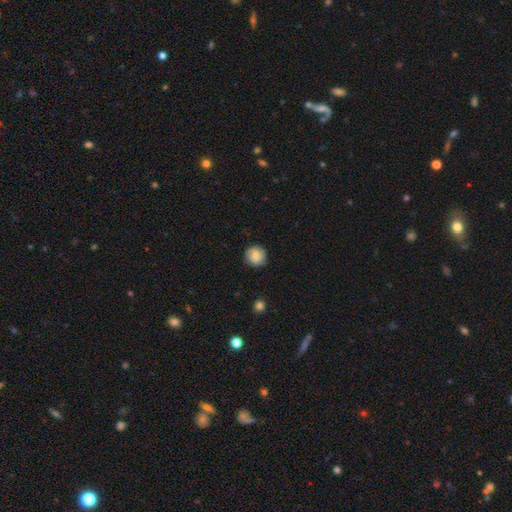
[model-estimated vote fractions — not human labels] smooth 72%, featured or disk 20%, star or artifact 8%. Down the decision tree: how rounded — round (92%); merging — none (85%).